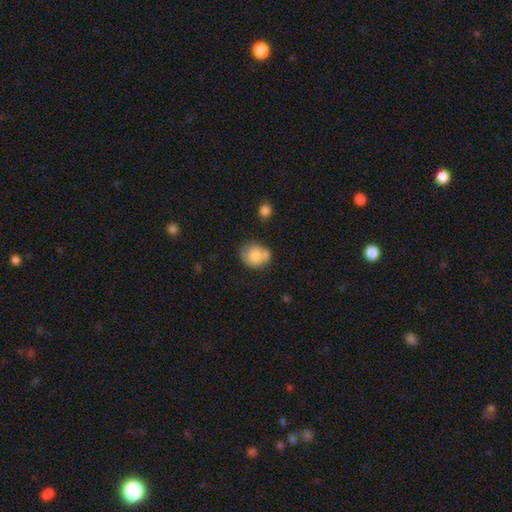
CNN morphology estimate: Smooth or featured? smooth (74%)
How rounded? round (63%)
Merging? none (53%)